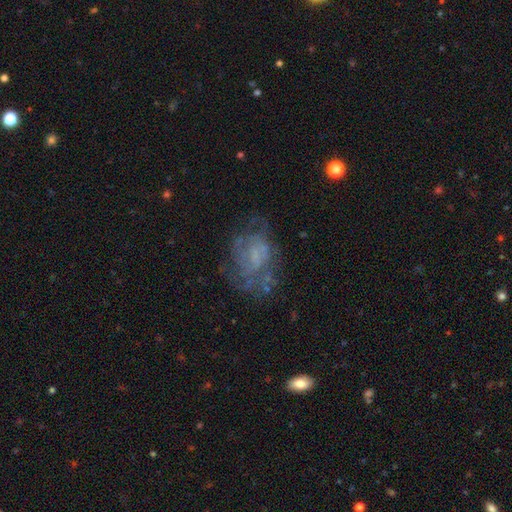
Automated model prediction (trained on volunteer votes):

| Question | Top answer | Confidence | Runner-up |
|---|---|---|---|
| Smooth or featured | featured or disk | 60% | smooth (27%) |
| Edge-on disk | no | 97% | yes (3%) |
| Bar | no | 70% | weak (25%) |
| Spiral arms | no | 51% | yes (49%) |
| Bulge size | none | 57% | small (24%) |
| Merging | none | 51% | major disturbance (24%) |